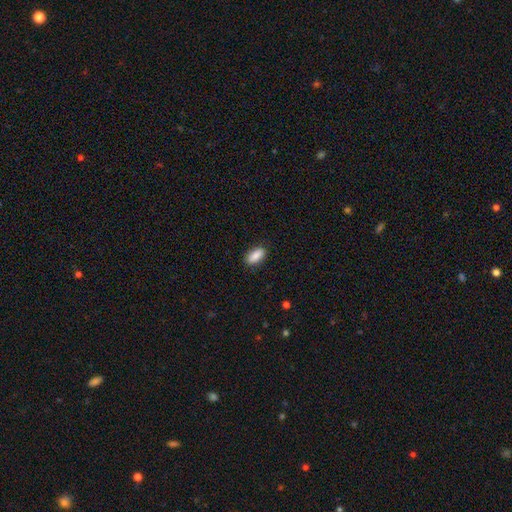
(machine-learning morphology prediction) This is clearly a smooth galaxy (87%). How rounded: clearly in between (87%). Merging: clearly none (88%).